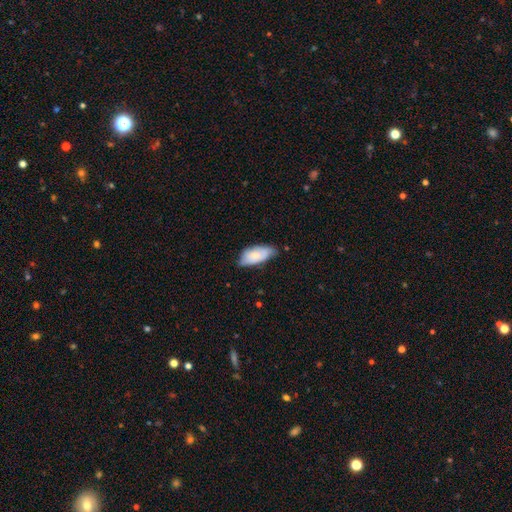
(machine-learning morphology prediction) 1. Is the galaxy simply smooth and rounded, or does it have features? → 75% smooth, 19% featured or disk, 6% star or artifact.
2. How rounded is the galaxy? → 90% in between, 8% cigar-shaped, 2% round.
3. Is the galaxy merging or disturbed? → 57% none, 36% minor disturbance, 5% major disturbance, 2% merger.